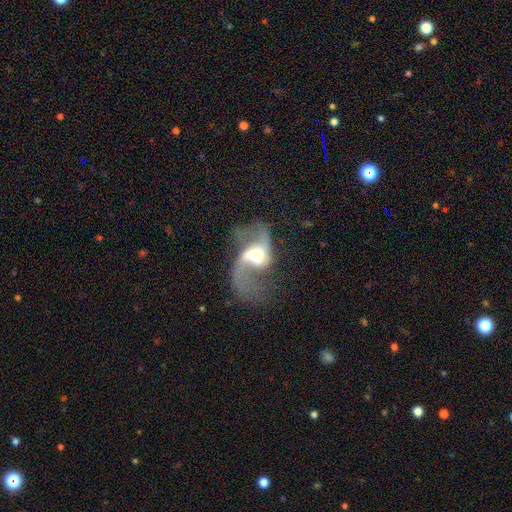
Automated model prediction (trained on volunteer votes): Morphology: type=featured or disk (85%); edge-on=no (97%); bar=weak (43%); spiral arms=yes (94%); winding=loose (76%); arm count=2 (80%); bulge=moderate (58%); merging=none (43%).